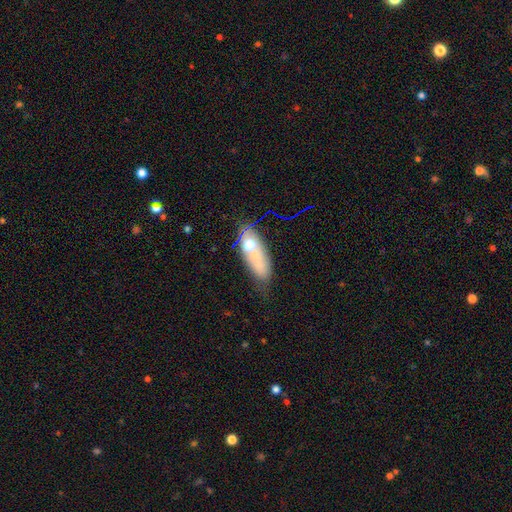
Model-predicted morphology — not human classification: Q: Smooth or featured?
A: smooth (49%); runner-up: featured or disk (40%)
Q: Merging?
A: none (38%); runner-up: minor disturbance (29%)